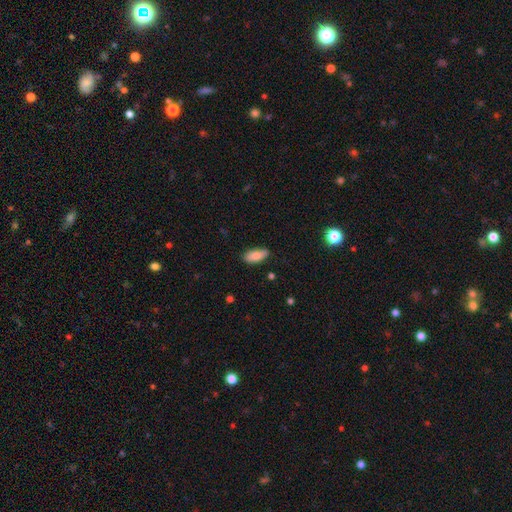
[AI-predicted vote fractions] Smooth or featured: smooth — 80% (featured or disk — 13%)
How rounded: in between — 84% (cigar-shaped — 13%)
Merging: none — 79% (minor disturbance — 17%)